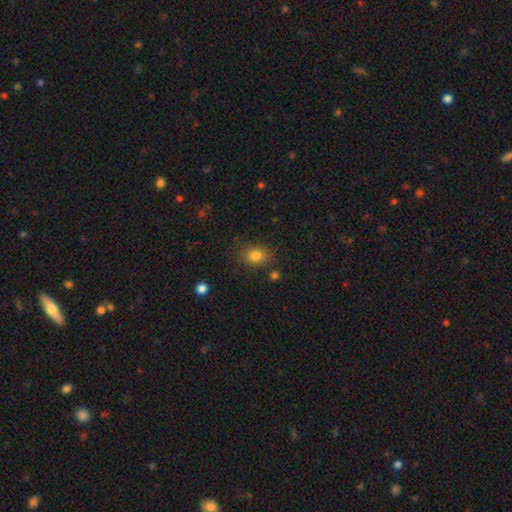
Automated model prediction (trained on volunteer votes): Smooth or featured? smooth (81%)
How rounded? round (56%)
Merging? none (81%)